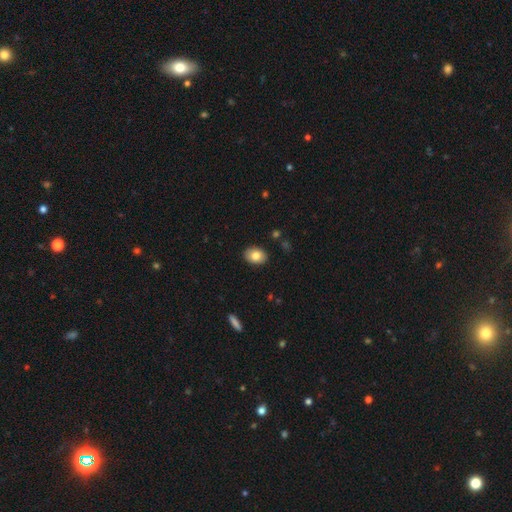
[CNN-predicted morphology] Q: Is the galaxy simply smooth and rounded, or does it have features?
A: smooth — 82%.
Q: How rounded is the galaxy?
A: in between — 78%.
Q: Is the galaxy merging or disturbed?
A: none — 89%.